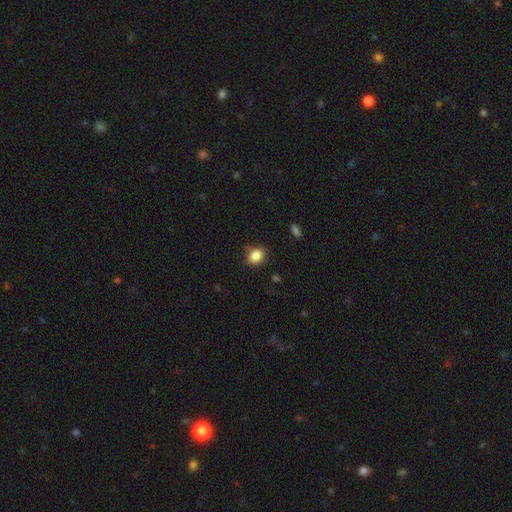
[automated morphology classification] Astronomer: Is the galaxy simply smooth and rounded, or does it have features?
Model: smooth — 86%.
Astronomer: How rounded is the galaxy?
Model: round — 51% (runner-up: in between, 48%).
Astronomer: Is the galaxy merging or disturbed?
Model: none — 82%.